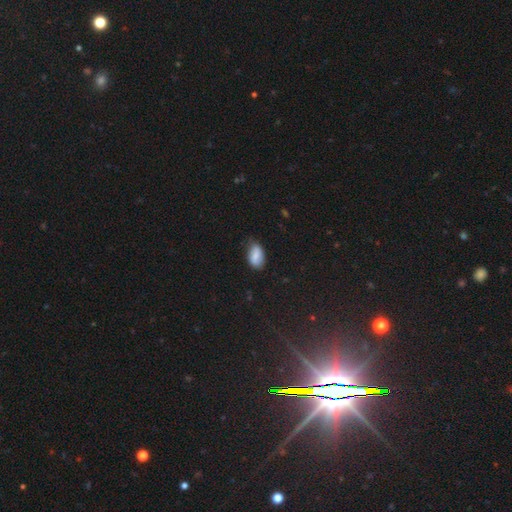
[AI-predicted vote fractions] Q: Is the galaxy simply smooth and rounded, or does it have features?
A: smooth — 79%.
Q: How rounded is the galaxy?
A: in between — 92%.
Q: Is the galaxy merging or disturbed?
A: none — 60%.